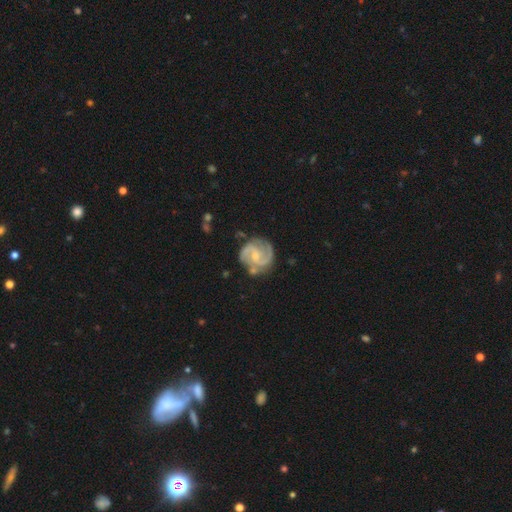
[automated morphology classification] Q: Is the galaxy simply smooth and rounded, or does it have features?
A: featured or disk — 90%.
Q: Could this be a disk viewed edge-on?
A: no — 98%.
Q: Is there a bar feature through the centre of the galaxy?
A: no — 47%.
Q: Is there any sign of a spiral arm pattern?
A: yes — 98%.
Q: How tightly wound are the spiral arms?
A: medium — 56%.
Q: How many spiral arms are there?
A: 2 — 81%.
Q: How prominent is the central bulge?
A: small — 59%.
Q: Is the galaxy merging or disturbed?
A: none — 73%.